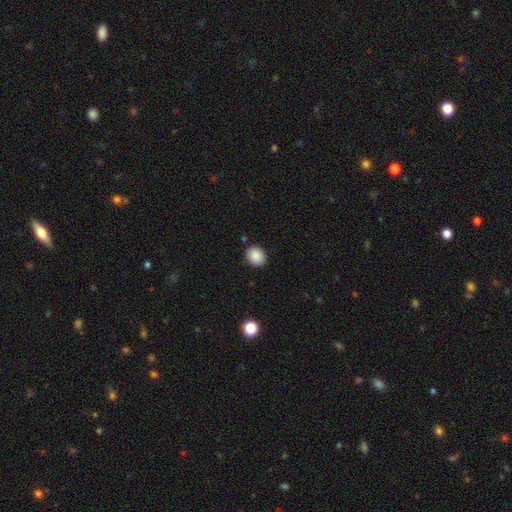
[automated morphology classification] smooth 88%, star or artifact 8%, featured or disk 4%. Down the decision tree: how rounded — round (56%); merging — none (87%).